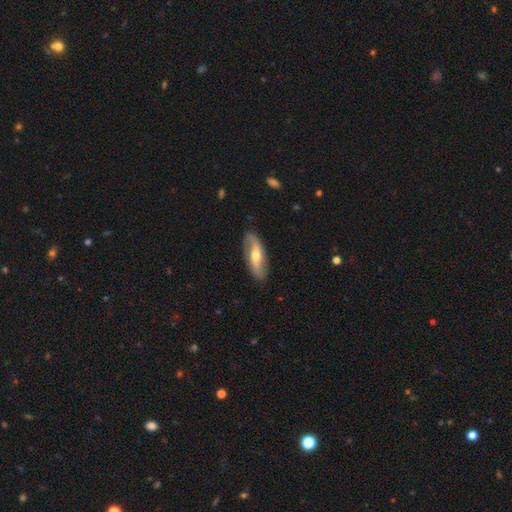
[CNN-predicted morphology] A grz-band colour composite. It shows a featured or disk galaxy (67%) with no bar (40%), spiral arms (80%) and a moderate central bulge (65%). Merging: none (82%).